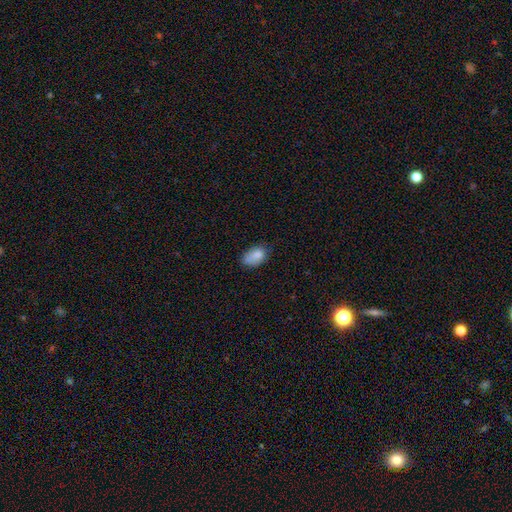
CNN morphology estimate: type=smooth (83%); roundness=in between (88%); merging=none (58%).